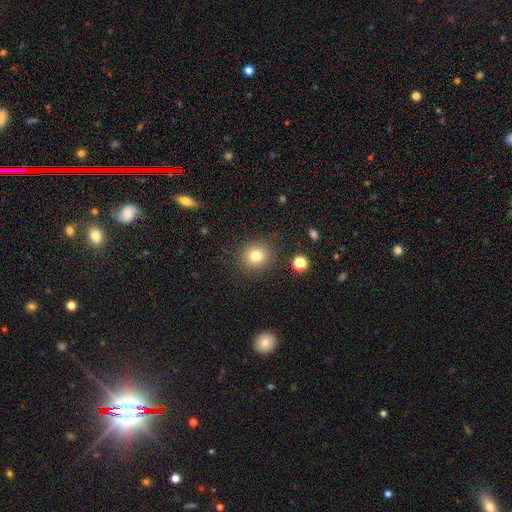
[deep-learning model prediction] A smooth galaxy with no disk features (79%) that is round (88%). Merging: none (87%).